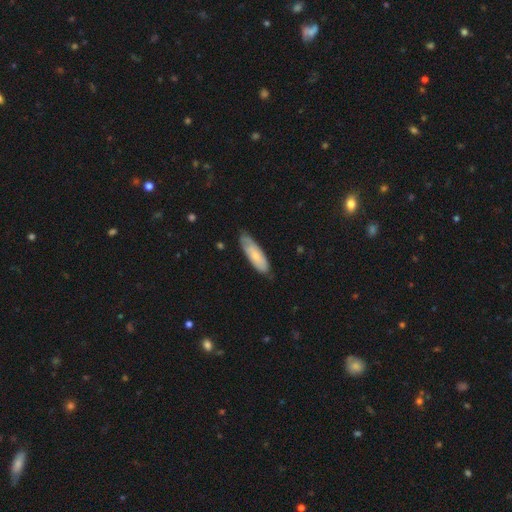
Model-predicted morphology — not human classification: A smooth galaxy with no disk features (66%) that is in between round and cigar-shaped (51%).

Vote fractions:
- Smooth or featured? smooth: 66% / featured or disk: 28% / star or artifact: 5%
- How rounded? in between: 51% / cigar-shaped: 48% / round: 1%
- Merging? none: 72% / minor disturbance: 23% / major disturbance: 4% / merger: 1%